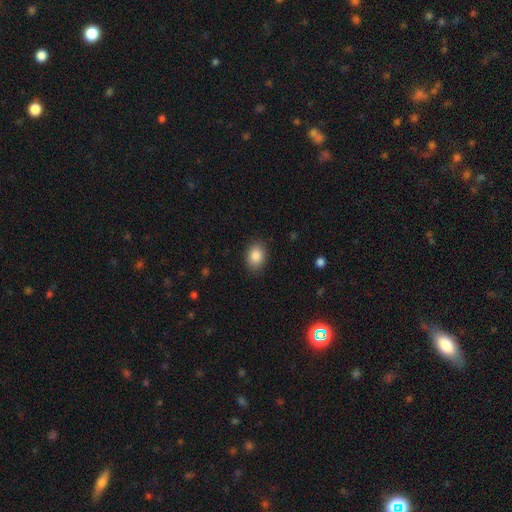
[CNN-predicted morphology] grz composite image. It shows a smooth galaxy with no disk features (87%) that is in between round and cigar-shaped (69%). Merging: none (86%).